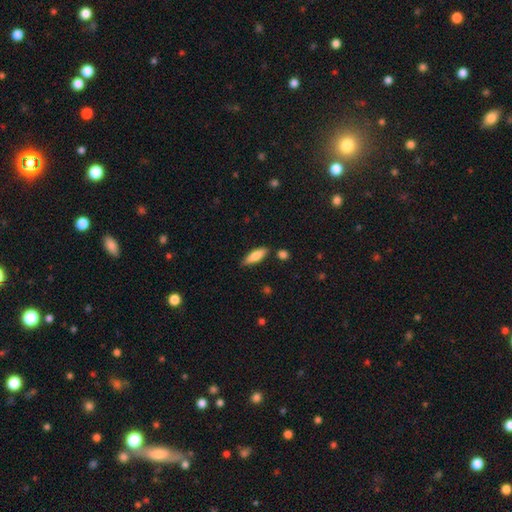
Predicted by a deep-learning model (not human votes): A smooth galaxy with no disk features (78%) that is in between round and cigar-shaped (51%). Merging: none (83%).